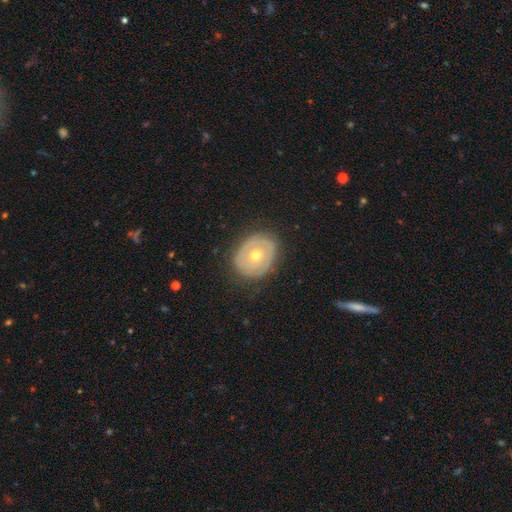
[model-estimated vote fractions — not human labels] smooth-or-featured: featured or disk: 62% | smooth: 32% | star or artifact: 7%
  disk-edge-on: no: 95% | yes: 5%
    bar: no: 89% | weak: 8% | strong: 3%
    has-spiral-arms: no: 61% | yes: 39%
    bulge-size: moderate: 63% | small: 33% | large: 2% | dominant: 1% | none: 1%
  merging: none: 80% | minor disturbance: 14% | major disturbance: 5% | merger: 1%